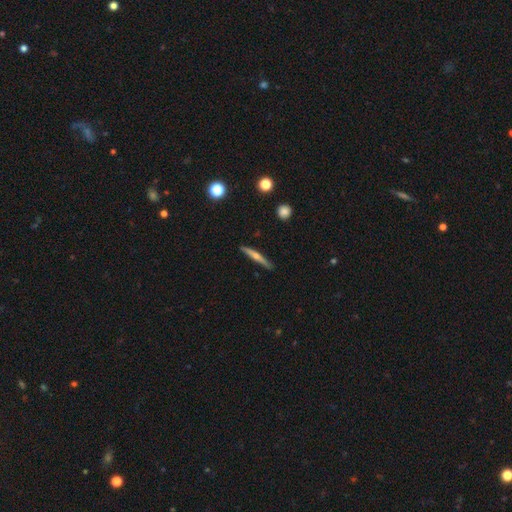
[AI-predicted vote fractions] This appears to be a featured or disk galaxy (60%) viewed edge-on (97%) with a rounded central bulge (81%). Merging: none (90%).